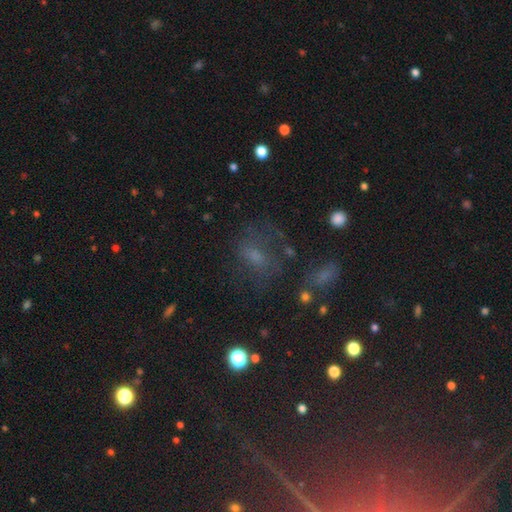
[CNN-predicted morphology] Smooth or featured? smooth (43%)
Merging? none (51%)